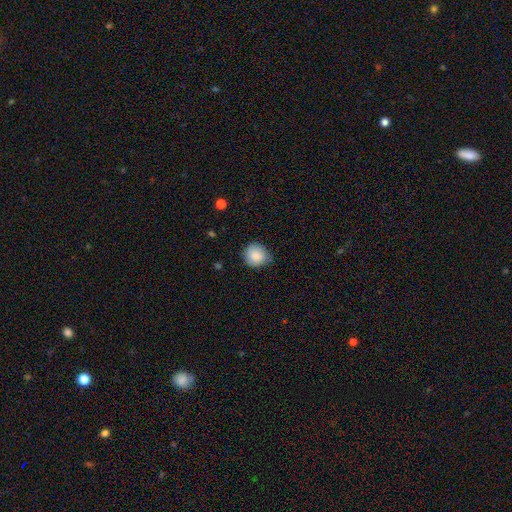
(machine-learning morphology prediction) smooth 87%, star or artifact 7%, featured or disk 5%. Down the decision tree: how rounded — round (83%); merging — none (76%).